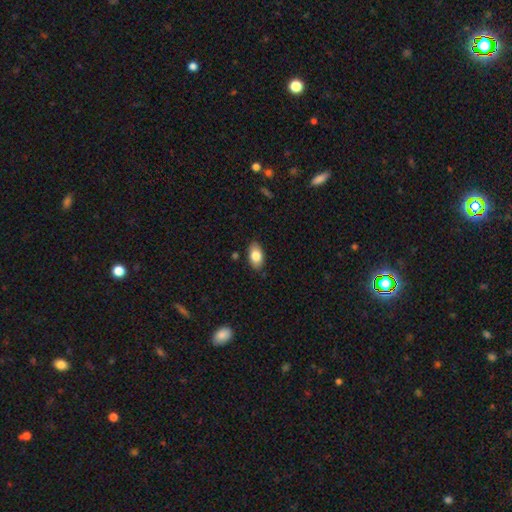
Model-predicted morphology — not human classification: smooth-or-featured: smooth: 82% | featured or disk: 10% | star or artifact: 7%
  how-rounded: in between: 92% | round: 6% | cigar-shaped: 2%
  merging: none: 86% | minor disturbance: 11% | major disturbance: 2% | merger: 1%